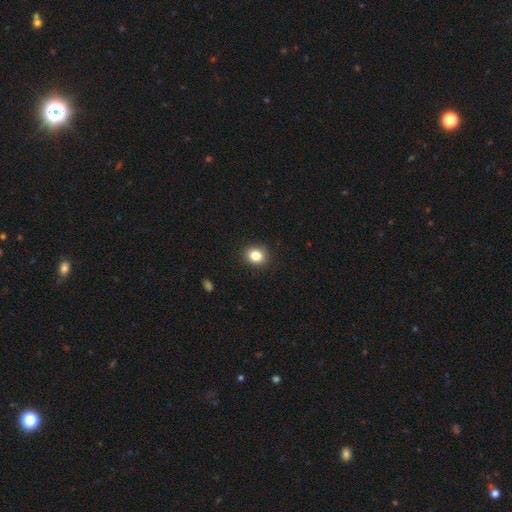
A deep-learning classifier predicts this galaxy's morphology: Smooth or featured? Predicted: smooth (p=0.84). How rounded? Predicted: round (p=0.70). Merging? Predicted: none (p=0.91).